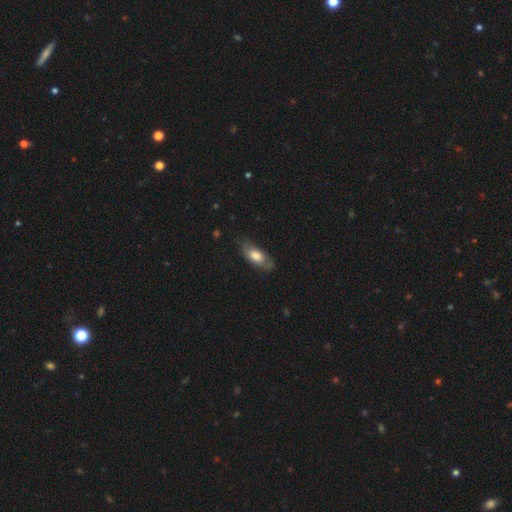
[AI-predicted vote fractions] smooth_or_featured: smooth (p=0.68) [alt: featured or disk p=0.26]
how_rounded: in between (p=0.82) [alt: cigar-shaped p=0.15]
merging: none (p=0.68) [alt: minor disturbance p=0.24]